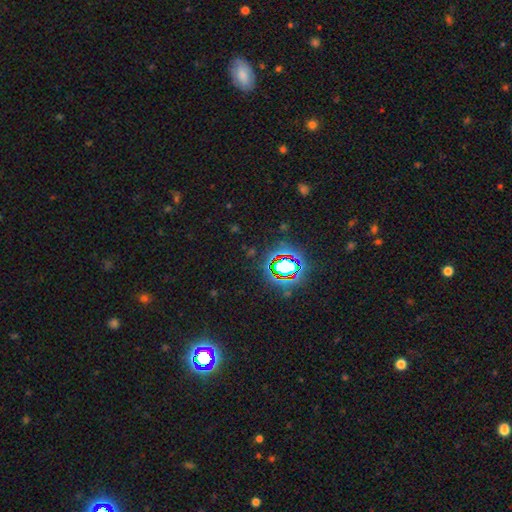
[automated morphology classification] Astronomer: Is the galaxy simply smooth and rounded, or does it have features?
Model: star or artifact — 80%.